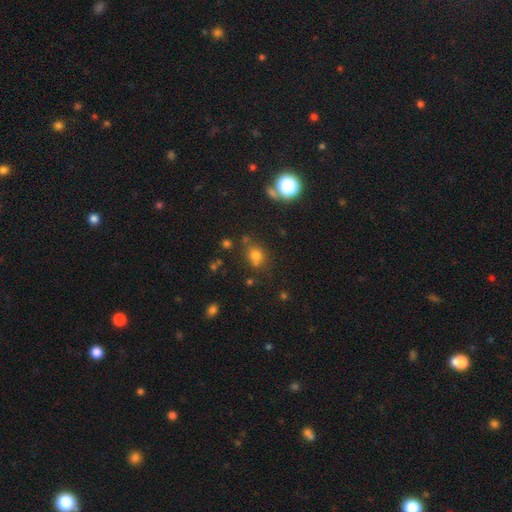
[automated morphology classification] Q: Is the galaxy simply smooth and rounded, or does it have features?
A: smooth — 72%.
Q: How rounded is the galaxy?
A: round — 61%.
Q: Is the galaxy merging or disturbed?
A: none — 67%.